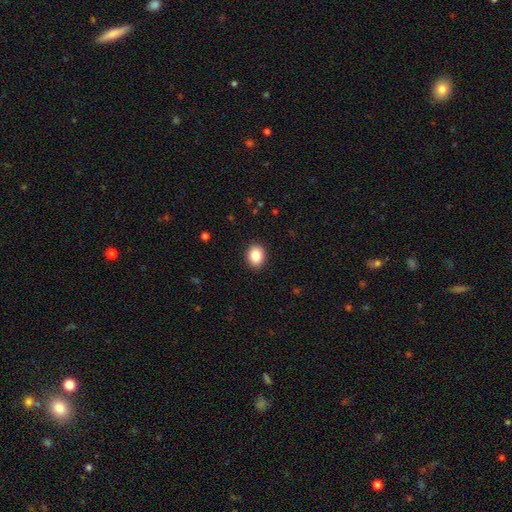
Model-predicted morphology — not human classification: Smooth or featured: smooth — 86% (star or artifact — 9%)
How rounded: round — 55% (in between — 44%)
Merging: none — 91% (minor disturbance — 7%)